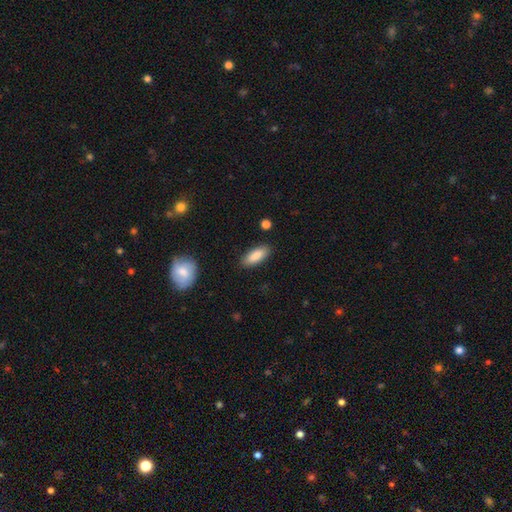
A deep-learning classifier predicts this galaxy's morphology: Smooth or featured? Predicted: smooth (p=0.87). How rounded? Predicted: in between (p=0.78). Merging? Predicted: none (p=0.87).